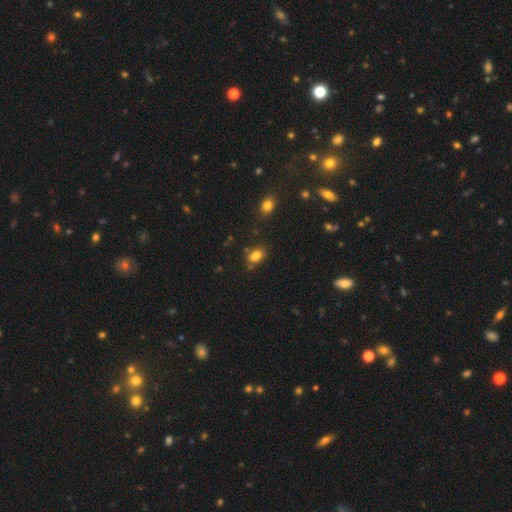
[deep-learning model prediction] Smooth or featured: smooth — 82% (star or artifact — 11%)
How rounded: in between — 79% (round — 19%)
Merging: none — 71% (minor disturbance — 18%)